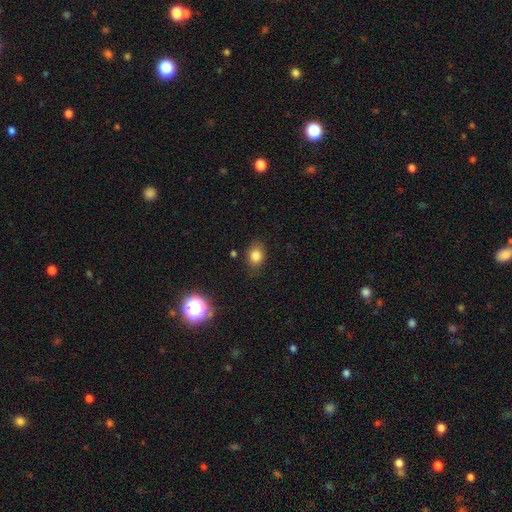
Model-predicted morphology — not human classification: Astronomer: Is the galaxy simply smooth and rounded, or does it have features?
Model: smooth — 81%.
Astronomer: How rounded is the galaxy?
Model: in between — 66%.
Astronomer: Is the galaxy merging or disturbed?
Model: none — 80%.